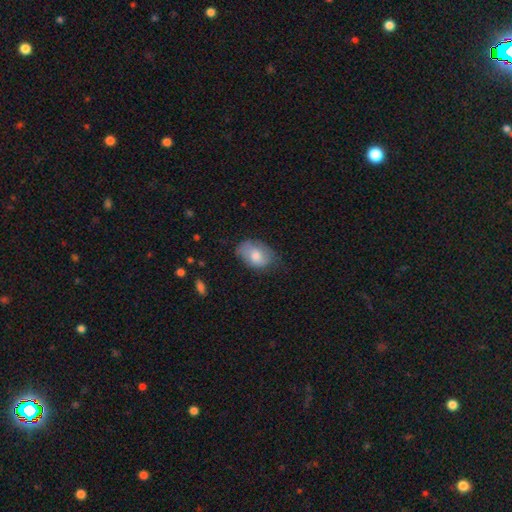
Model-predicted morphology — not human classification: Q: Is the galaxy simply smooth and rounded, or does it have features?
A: smooth — 74%.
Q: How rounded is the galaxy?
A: in between — 84%.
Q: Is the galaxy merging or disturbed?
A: none — 58%.